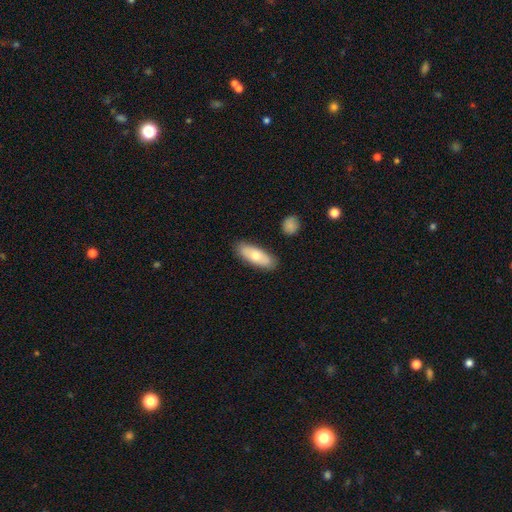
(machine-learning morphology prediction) Q: Smooth or featured?
A: smooth (66%); runner-up: featured or disk (28%)
Q: How rounded?
A: in between (73%); runner-up: cigar-shaped (25%)
Q: Merging?
A: none (86%); runner-up: minor disturbance (10%)